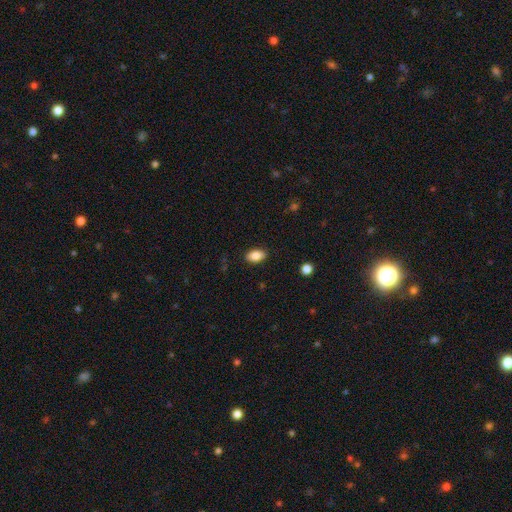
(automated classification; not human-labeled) Smooth or featured? smooth (87%)
How rounded? in between (90%)
Merging? none (88%)